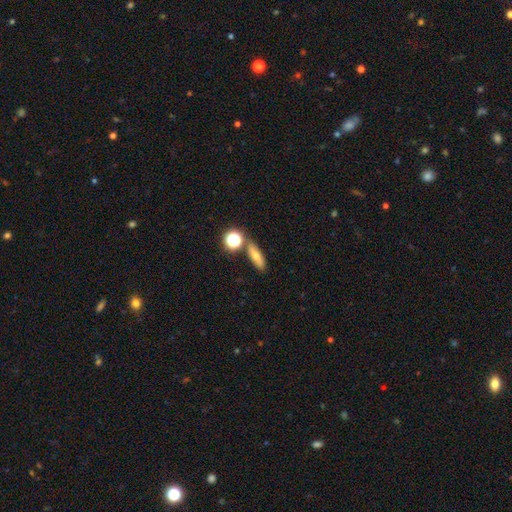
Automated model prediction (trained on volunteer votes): smooth-or-featured: smooth: 65% | featured or disk: 21% | star or artifact: 14%
  how-rounded: in between: 45% | cigar-shaped: 40% | round: 15%
  merging: none: 75% | merger: 11% | minor disturbance: 11% | major disturbance: 3%